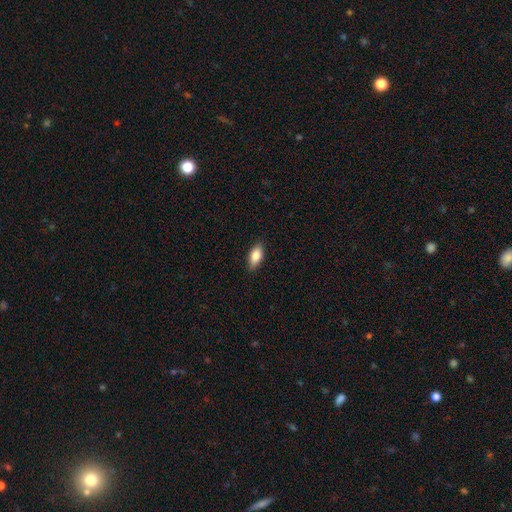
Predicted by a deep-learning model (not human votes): A smooth galaxy with no disk features (83%) that is in between round and cigar-shaped (87%). Merging: none (86%).